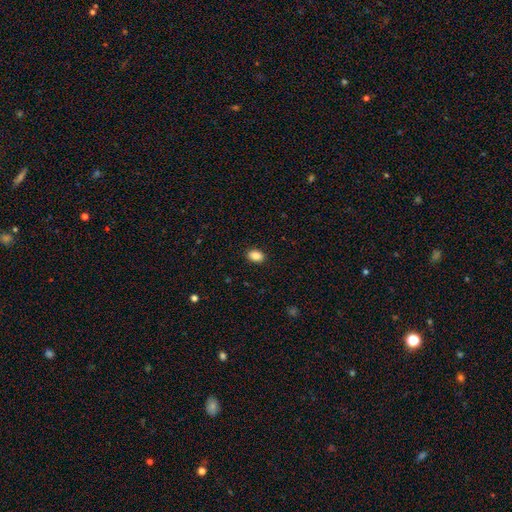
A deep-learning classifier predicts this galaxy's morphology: The model was most divided on "how rounded": in between: 79%, round: 20%, cigar-shaped: 1%. More confident: merging — none (90%); smooth or featured — smooth (87%).